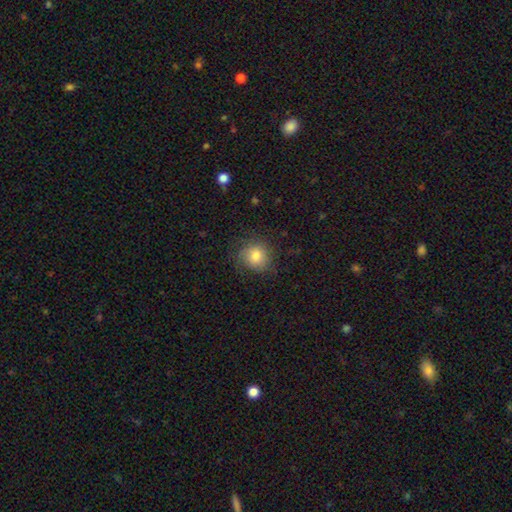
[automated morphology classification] Smooth or featured: smooth — 79% (featured or disk — 11%)
How rounded: round — 82% (in between — 17%)
Merging: none — 75% (minor disturbance — 17%)